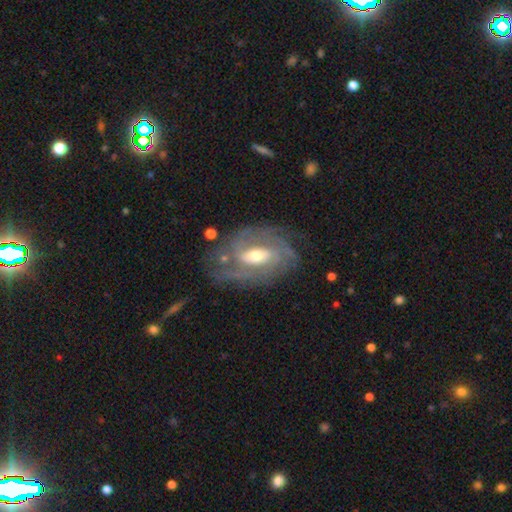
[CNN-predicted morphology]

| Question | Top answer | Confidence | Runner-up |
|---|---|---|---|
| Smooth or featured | featured or disk | 85% | smooth (9%) |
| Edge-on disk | no | 95% | yes (5%) |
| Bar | weak | 47% | no (28%) |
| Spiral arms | yes | 92% | no (8%) |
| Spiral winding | tight | 54% | medium (36%) |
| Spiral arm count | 2 | 33% | can't tell (30%) |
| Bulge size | moderate | 64% | small (26%) |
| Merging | none | 67% | minor disturbance (20%) |